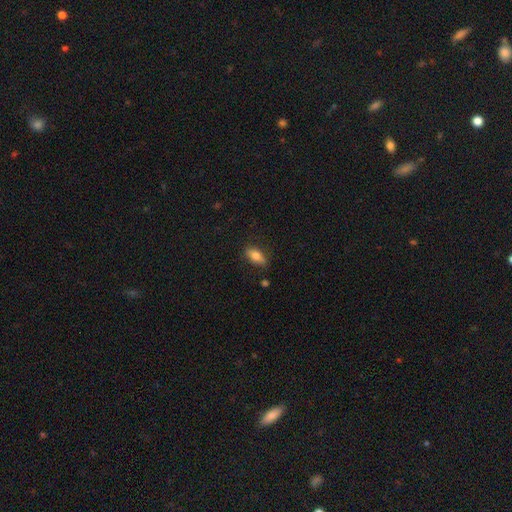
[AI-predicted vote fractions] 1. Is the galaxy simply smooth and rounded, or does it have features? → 76% smooth, 17% featured or disk, 7% star or artifact.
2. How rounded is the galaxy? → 83% in between, 12% cigar-shaped, 5% round.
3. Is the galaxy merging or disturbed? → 81% none, 15% minor disturbance, 3% major disturbance, 2% merger.